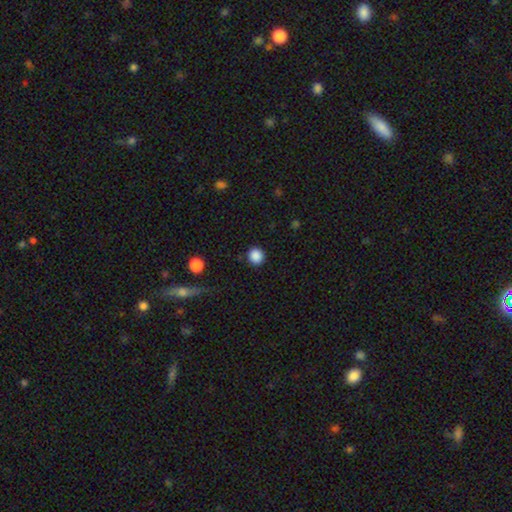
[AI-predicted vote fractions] Morphology: type=smooth (88%); roundness=round (90%); merging=none (90%).